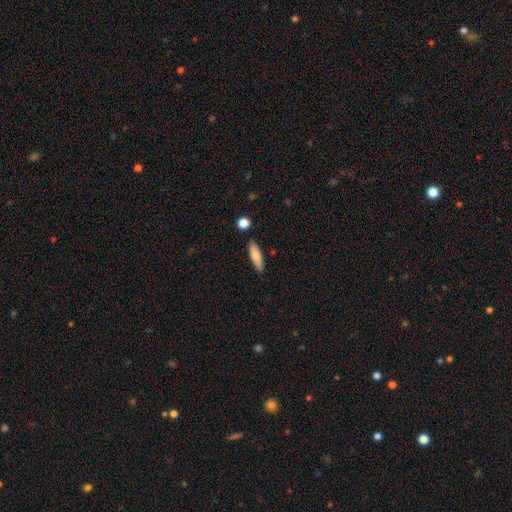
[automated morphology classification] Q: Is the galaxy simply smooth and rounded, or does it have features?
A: smooth — 76%.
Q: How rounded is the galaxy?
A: cigar-shaped — 59%.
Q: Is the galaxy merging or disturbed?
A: none — 85%.